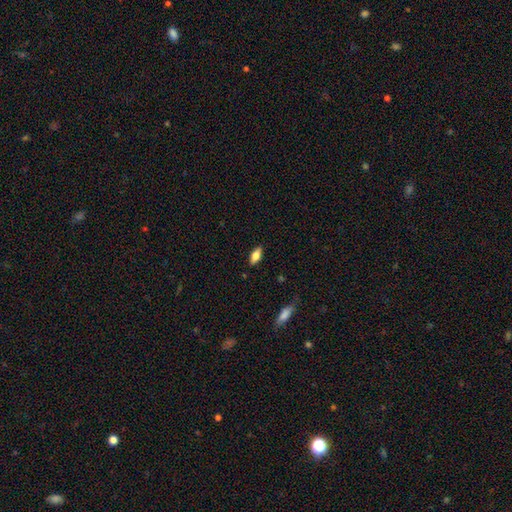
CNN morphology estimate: This is likely a smooth galaxy (74%). How rounded: clearly in between (82%). Merging: clearly none (86%).